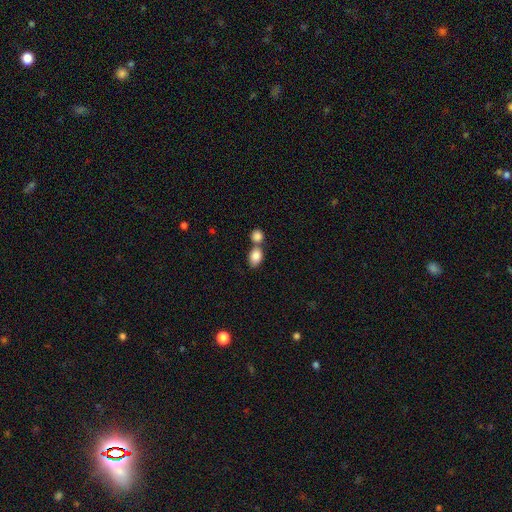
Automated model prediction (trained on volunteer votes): smooth 85%, featured or disk 8%, star or artifact 7%. Down the decision tree: how rounded — in between (78%); merging — merger (48%).